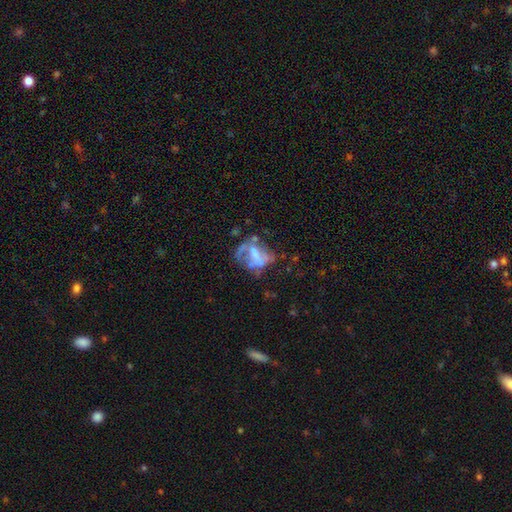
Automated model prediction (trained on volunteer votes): This appears to be a featured or disk galaxy (58%) with no bar (64%), no spiral arms (75%) and no central bulge (57%). Merging: major disturbance (36%).